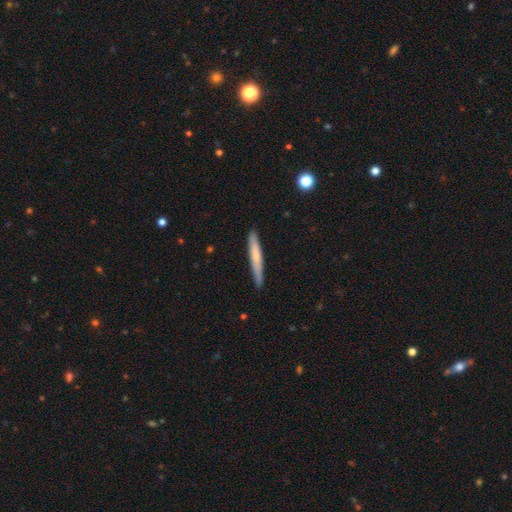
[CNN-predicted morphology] Q: Smooth or featured?
A: smooth (62%); runner-up: featured or disk (32%)
Q: How rounded?
A: cigar-shaped (95%); runner-up: in between (3%)
Q: Merging?
A: none (87%); runner-up: minor disturbance (10%)